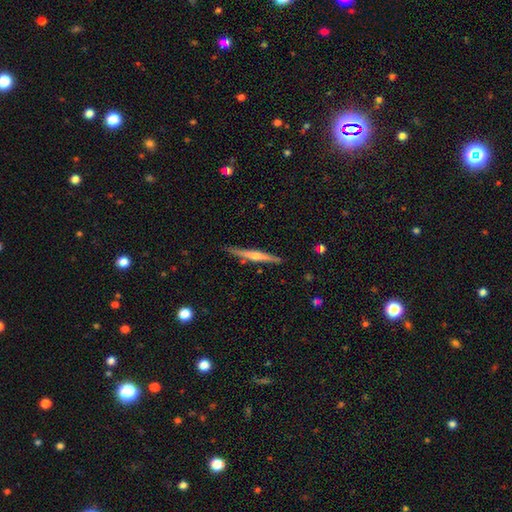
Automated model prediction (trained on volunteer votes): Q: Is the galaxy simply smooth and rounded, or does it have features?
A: featured or disk — 71%.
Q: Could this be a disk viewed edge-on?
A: yes — 98%.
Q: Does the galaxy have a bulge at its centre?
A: rounded — 77%.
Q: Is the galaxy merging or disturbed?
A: none — 89%.